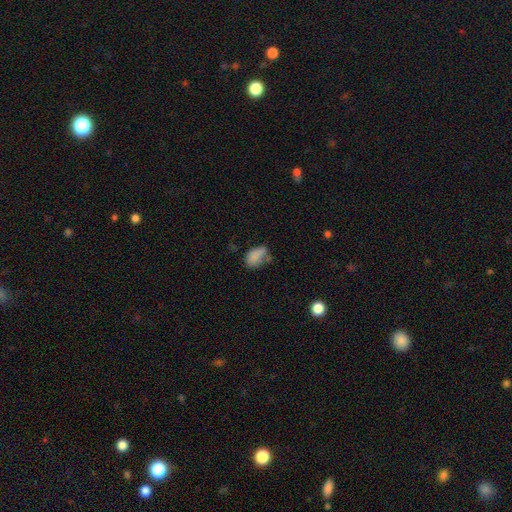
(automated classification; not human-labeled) Smooth or featured? smooth (79%)
How rounded? in between (89%)
Merging? none (38%)